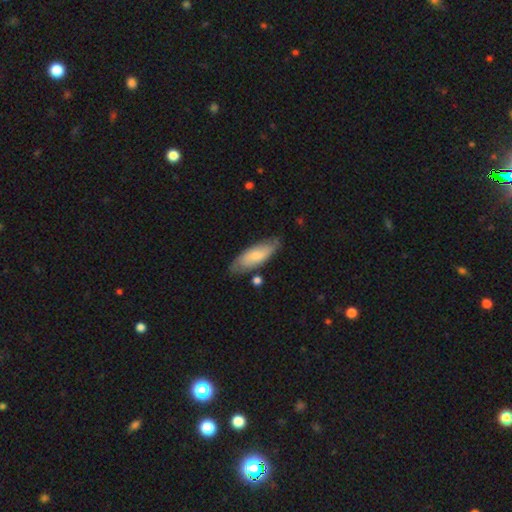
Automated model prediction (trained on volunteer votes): smooth 67%, featured or disk 28%, star or artifact 5%. Down the decision tree: how rounded — in between (66%); merging — none (74%).